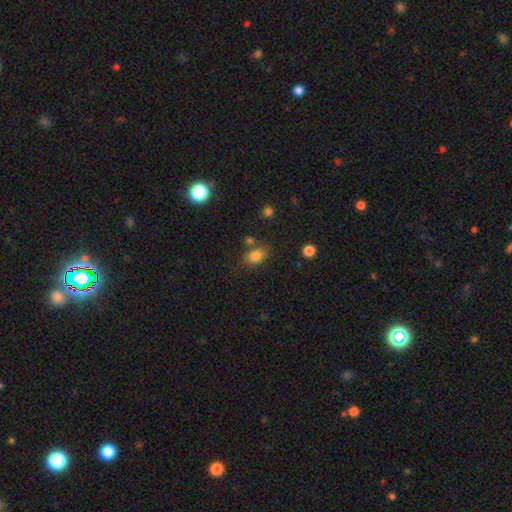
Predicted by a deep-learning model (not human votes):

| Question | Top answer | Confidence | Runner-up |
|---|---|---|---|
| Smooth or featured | smooth | 82% | star or artifact (11%) |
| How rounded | in between | 72% | round (27%) |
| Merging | none | 70% | minor disturbance (16%) |